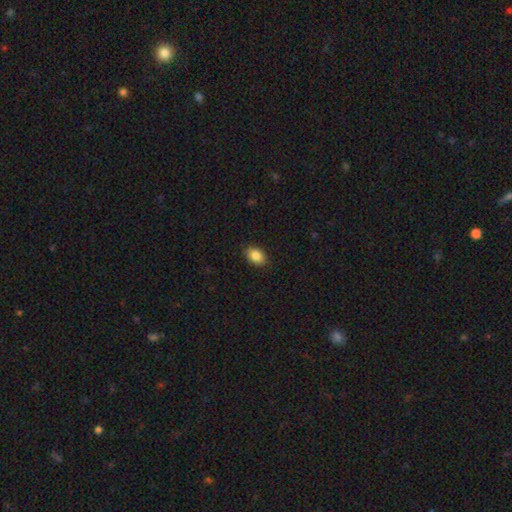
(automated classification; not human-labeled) smooth 87%, star or artifact 8%, featured or disk 5%. Down the decision tree: how rounded — in between (84%); merging — none (89%).